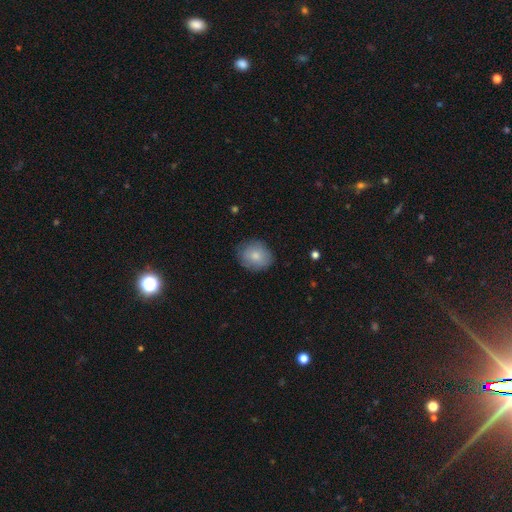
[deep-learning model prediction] smooth 80%, featured or disk 13%, star or artifact 7%. Down the decision tree: how rounded — round (66%); merging — none (78%).